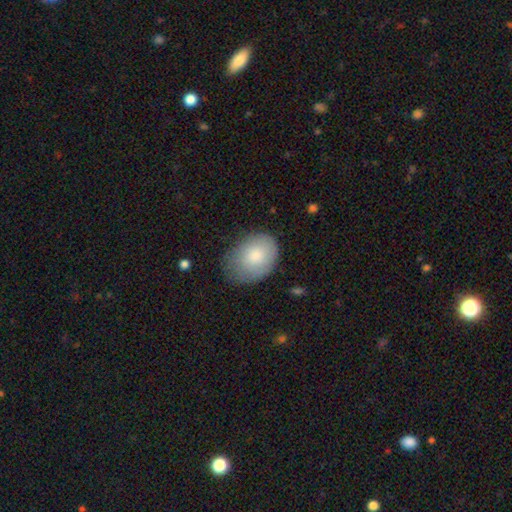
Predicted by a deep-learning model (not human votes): This is likely a smooth galaxy (79%). How rounded: likely in between (70%). Merging: likely none (62%).